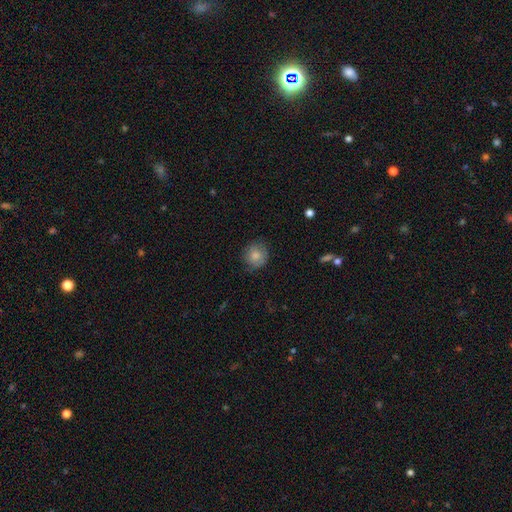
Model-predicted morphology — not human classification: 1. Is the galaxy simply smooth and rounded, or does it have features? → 81% smooth, 11% featured or disk, 8% star or artifact.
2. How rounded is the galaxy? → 88% round, 11% in between, 1% cigar-shaped.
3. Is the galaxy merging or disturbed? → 78% none, 17% minor disturbance, 4% major disturbance, 1% merger.